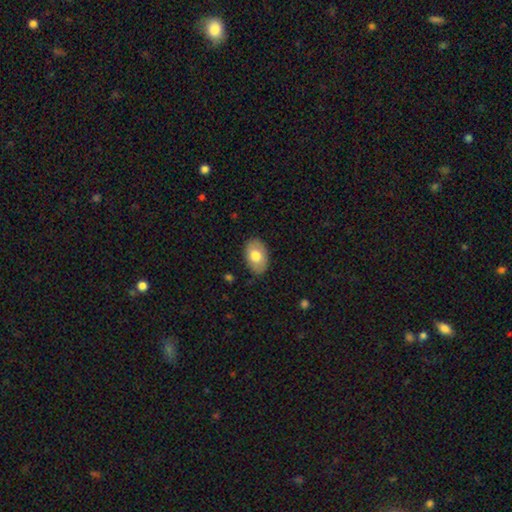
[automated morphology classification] smooth 74%, featured or disk 20%, star or artifact 6%. Down the decision tree: how rounded — in between (89%); merging — none (85%).